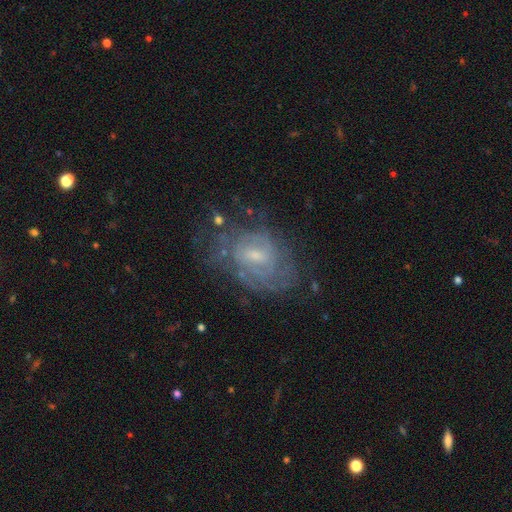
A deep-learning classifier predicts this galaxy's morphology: smooth-or-featured: featured or disk: 75% | smooth: 16% | star or artifact: 9%
  disk-edge-on: no: 96% | yes: 4%
    bar: weak: 57% | no: 32% | strong: 11%
    has-spiral-arms: yes: 80% | no: 20%
      spiral-winding: tight: 57% | medium: 32% | loose: 10%
      spiral-arm-count: can't tell: 55% | 2: 21% | 3: 10% | 4: 6% | 1: 4% | more than 4: 3%
    bulge-size: small: 54% | moderate: 36% | none: 8% | large: 2% | dominant: 1%
  merging: none: 58% | minor disturbance: 23% | major disturbance: 16% | merger: 3%